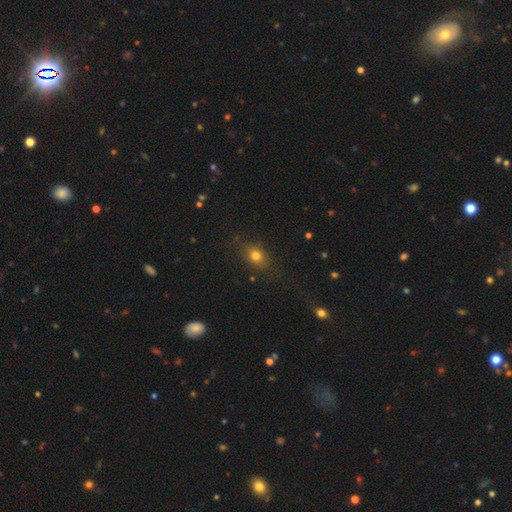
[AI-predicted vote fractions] Smooth or featured: smooth — 76% (star or artifact — 14%)
How rounded: in between — 57% (round — 41%)
Merging: none — 77% (minor disturbance — 15%)